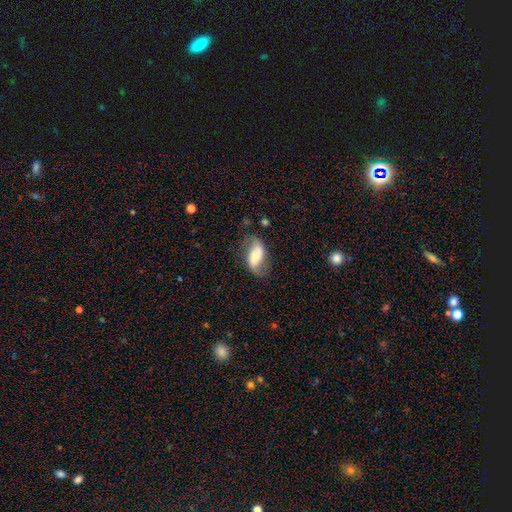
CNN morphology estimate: Smooth or featured: featured or disk — 65% (smooth — 28%)
Edge-on disk: no — 94% (yes — 6%)
Bar: strong — 35% (weak — 33%)
Spiral arms: yes — 89% (no — 11%)
Spiral winding: loose — 68% (medium — 24%)
Spiral arm count: 2 — 89% (can't tell — 4%)
Bulge size: moderate — 39% (small — 32%)
Merging: none — 66% (minor disturbance — 21%)